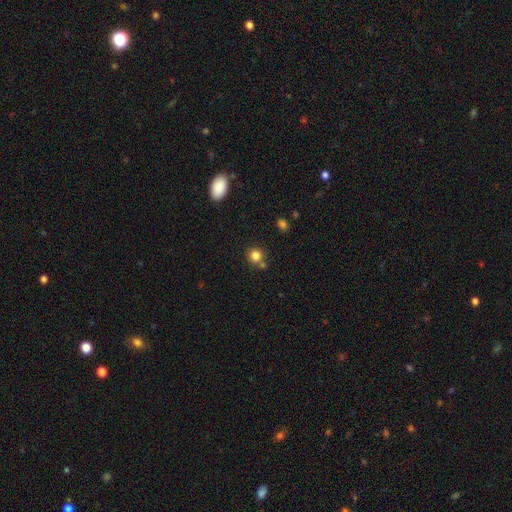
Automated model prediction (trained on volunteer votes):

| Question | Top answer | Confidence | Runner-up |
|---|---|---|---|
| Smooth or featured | smooth | 81% | star or artifact (13%) |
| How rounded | round | 89% | in between (10%) |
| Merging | none | 68% | merger (18%) |